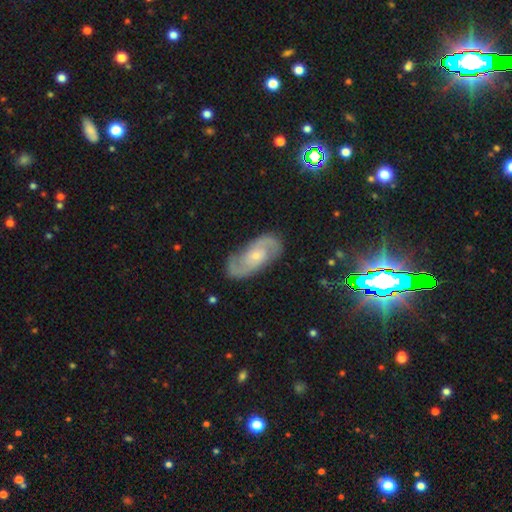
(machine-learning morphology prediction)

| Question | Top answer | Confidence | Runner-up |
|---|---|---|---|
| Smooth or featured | featured or disk | 85% | smooth (9%) |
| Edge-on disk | no | 96% | yes (4%) |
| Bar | no | 60% | weak (33%) |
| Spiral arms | yes | 96% | no (4%) |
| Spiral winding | medium | 52% | tight (28%) |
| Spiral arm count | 2 | 91% | can't tell (4%) |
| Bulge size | small | 62% | moderate (31%) |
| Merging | none | 82% | minor disturbance (13%) |